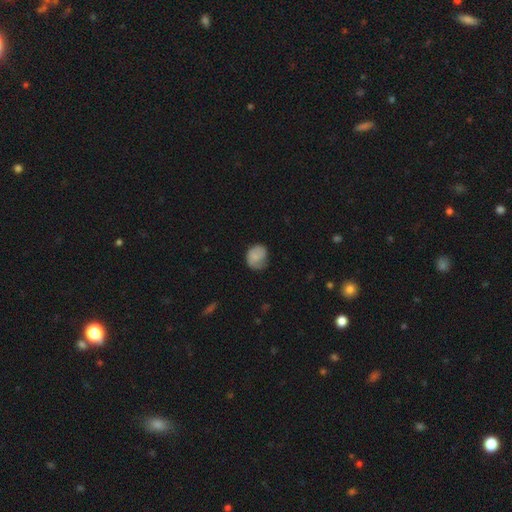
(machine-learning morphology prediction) smooth 73%, featured or disk 19%, star or artifact 8%. Down the decision tree: how rounded — round (69%); merging — none (54%).